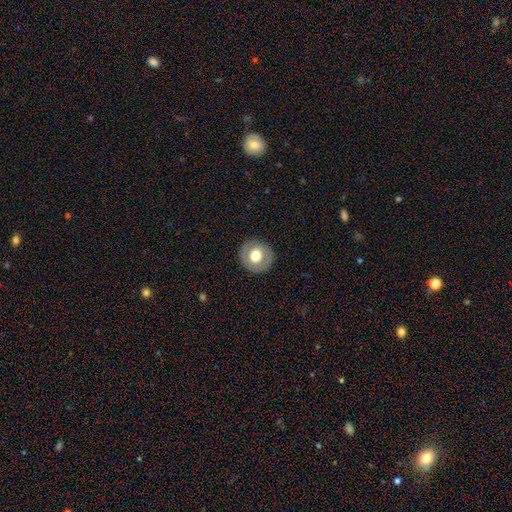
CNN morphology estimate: A smooth galaxy with no disk features (60%) that is round (91%).

Vote fractions:
- Smooth or featured? smooth: 60% / featured or disk: 33% / star or artifact: 7%
- How rounded? round: 91% / in between: 8% / cigar-shaped: 1%
- Merging? none: 89% / minor disturbance: 8% / major disturbance: 3% / merger: 1%